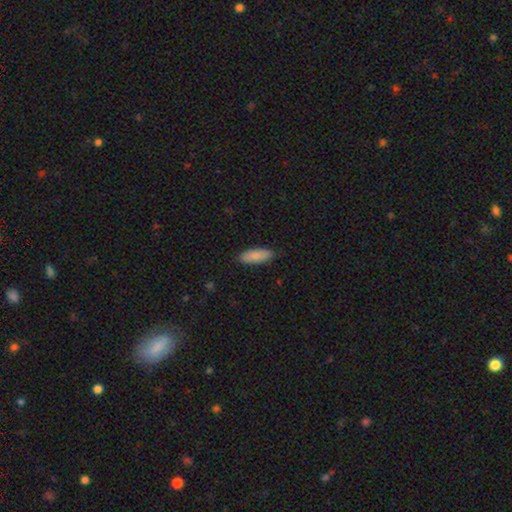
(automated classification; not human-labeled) smooth-or-featured: smooth: 88% | featured or disk: 6% | star or artifact: 6%
  how-rounded: in between: 69% | cigar-shaped: 29% | round: 2%
  merging: none: 87% | minor disturbance: 10% | major disturbance: 2% | merger: 1%